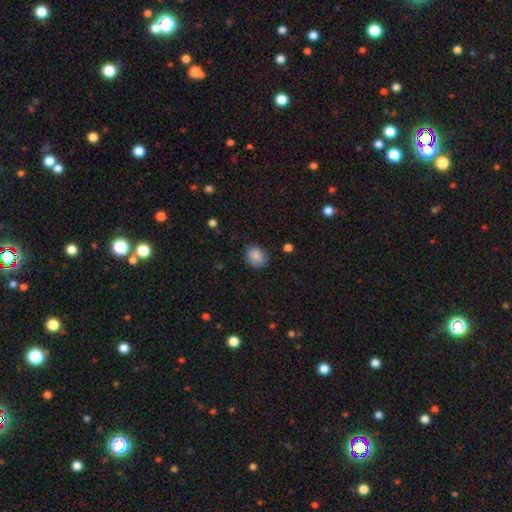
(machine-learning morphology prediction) The model was most divided on "how rounded": round: 58%, in between: 41%, cigar-shaped: 1%. More confident: smooth or featured — smooth (87%); merging — none (78%).